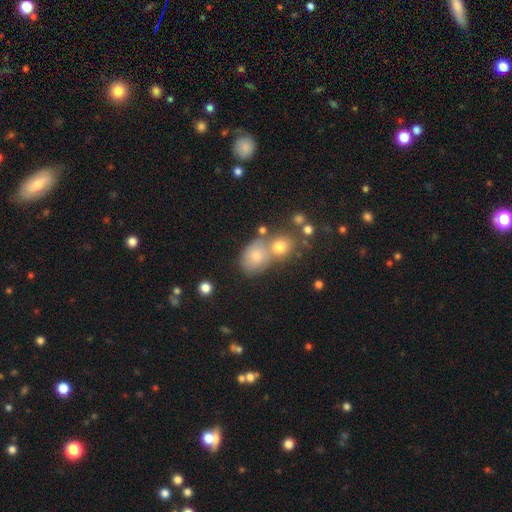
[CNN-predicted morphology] Smooth or featured?
  - smooth: 72% *
  - featured or disk: 16%
  - star or artifact: 12%
How rounded?
  - in between: 54% *
  - round: 44%
  - cigar-shaped: 1%
Merging?
  - none: 42% *
  - merger: 39%
  - minor disturbance: 13%
  - major disturbance: 6%